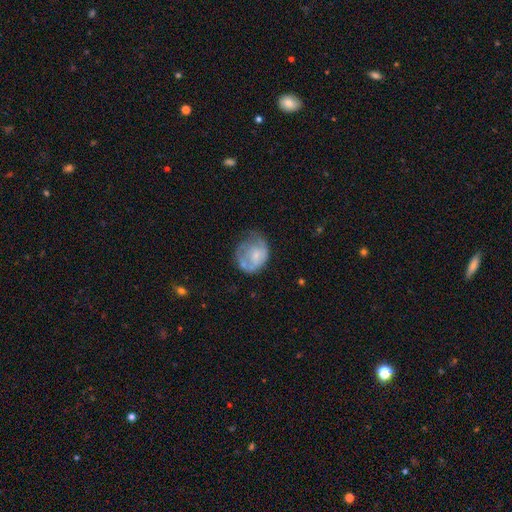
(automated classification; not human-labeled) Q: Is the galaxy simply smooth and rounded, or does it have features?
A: featured or disk — 48%.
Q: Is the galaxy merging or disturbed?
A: none — 38%.